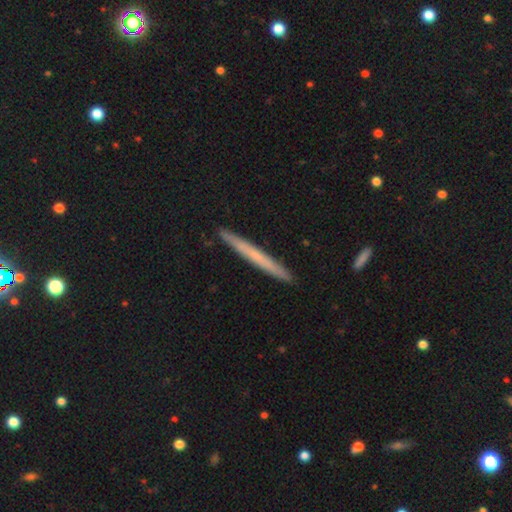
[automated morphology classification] This appears to be a smooth galaxy with no disk features (53%) that is cigar-shaped (97%). Merging: none (92%).